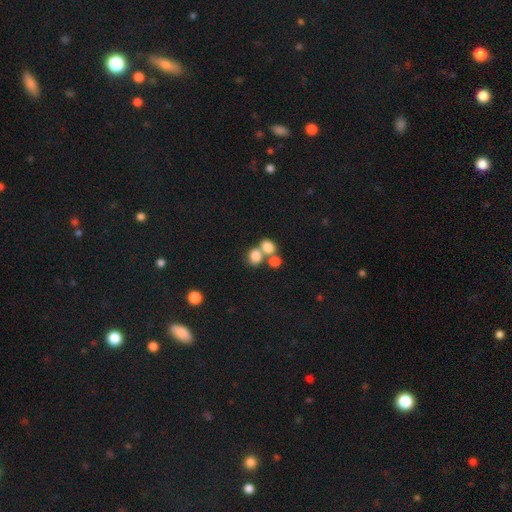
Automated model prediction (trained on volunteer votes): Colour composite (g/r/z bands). It shows a smooth galaxy with no disk features (77%) that is round (54%). Merging: merger (52%).